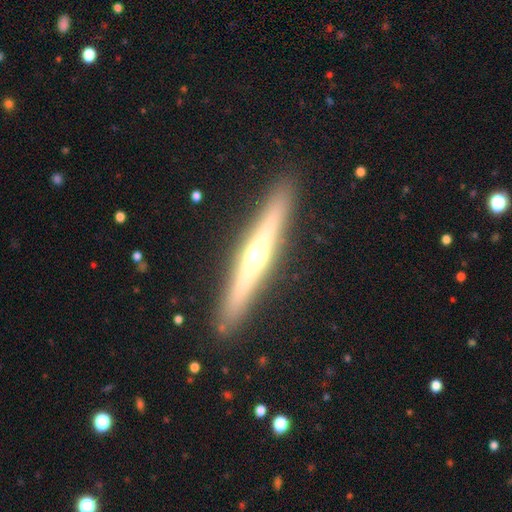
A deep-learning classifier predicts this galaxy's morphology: Q: Smooth or featured?
A: featured or disk (70%); runner-up: smooth (23%)
Q: Edge-on disk?
A: yes (97%); runner-up: no (3%)
Q: Edge-on bulge?
A: rounded (87%); runner-up: none (7%)
Q: Merging?
A: none (91%); runner-up: minor disturbance (7%)